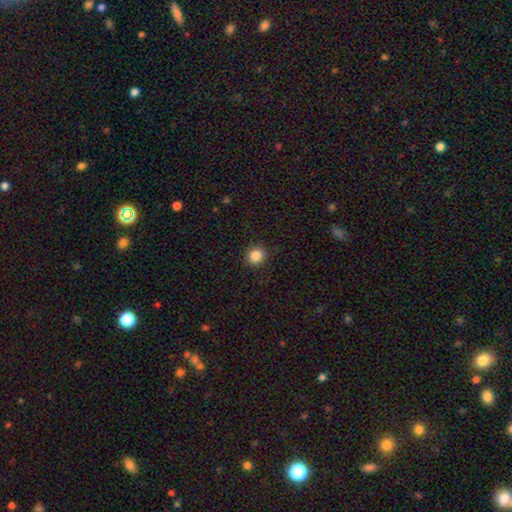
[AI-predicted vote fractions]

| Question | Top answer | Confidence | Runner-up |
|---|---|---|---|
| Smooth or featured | smooth | 86% | star or artifact (11%) |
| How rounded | round | 89% | in between (10%) |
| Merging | none | 91% | minor disturbance (6%) |